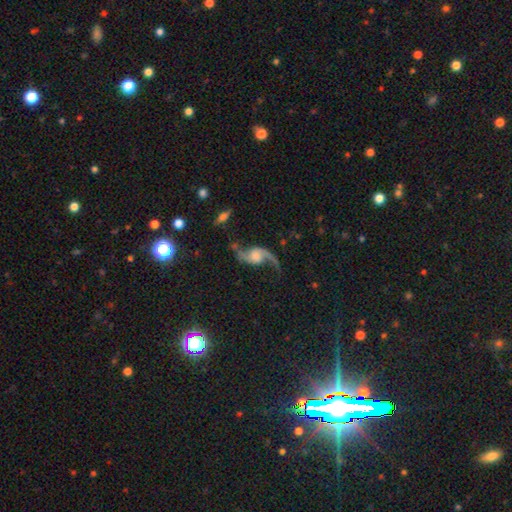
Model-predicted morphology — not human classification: A featured or disk galaxy (89%) with no bar (60%), 2 (93%) loose (86%) spiral arms (97%) and a moderate central bulge (32%). Merging: none (68%).